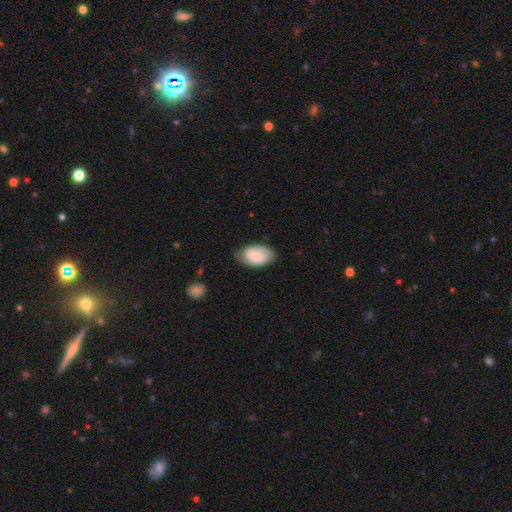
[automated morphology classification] Smooth or featured: smooth — 69% (featured or disk — 25%)
How rounded: in between — 93% (round — 6%)
Merging: none — 75% (minor disturbance — 20%)